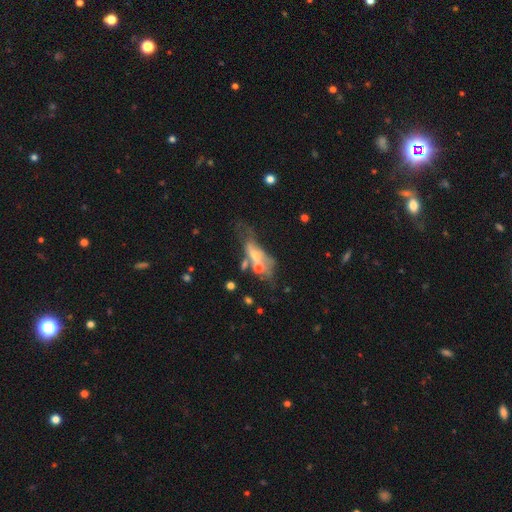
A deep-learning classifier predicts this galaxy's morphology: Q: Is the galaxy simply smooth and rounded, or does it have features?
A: featured or disk — 51%.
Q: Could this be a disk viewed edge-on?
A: no — 81%.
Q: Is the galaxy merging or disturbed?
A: merger — 38%.